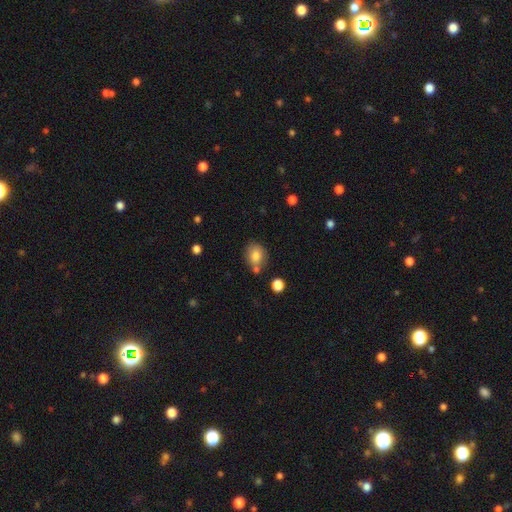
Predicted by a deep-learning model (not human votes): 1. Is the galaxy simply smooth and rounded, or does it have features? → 81% smooth, 10% featured or disk, 9% star or artifact.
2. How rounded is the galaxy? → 50% in between, 49% round, 1% cigar-shaped.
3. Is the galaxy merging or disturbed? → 64% none, 16% minor disturbance, 16% merger, 4% major disturbance.